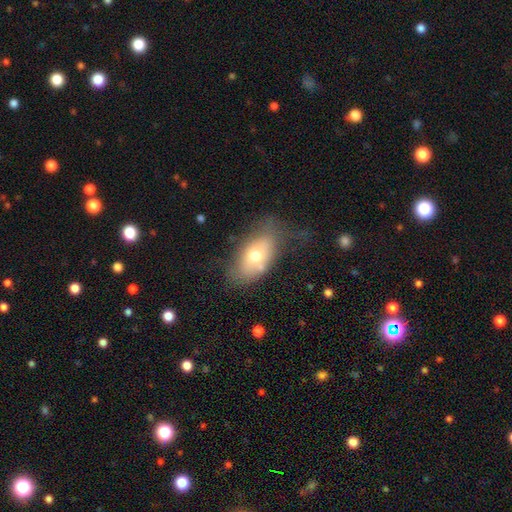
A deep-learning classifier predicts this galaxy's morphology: Overall: smooth (63%; featured or disk 29%). How rounded: in between (89%). Merging: none (49%; minor disturbance 27%).